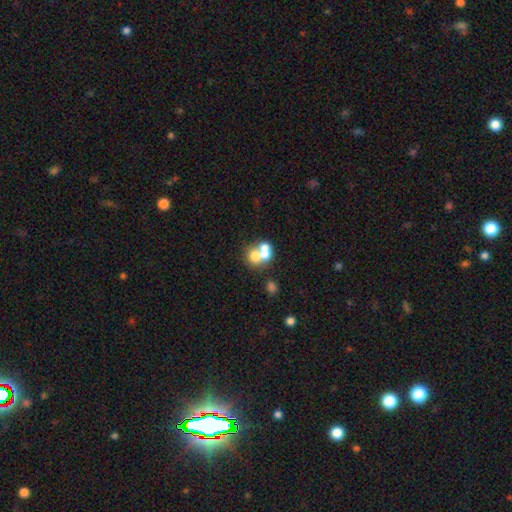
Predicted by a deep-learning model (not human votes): Morphology: type=smooth (59%); roundness=round (71%); merging=merger (64%).